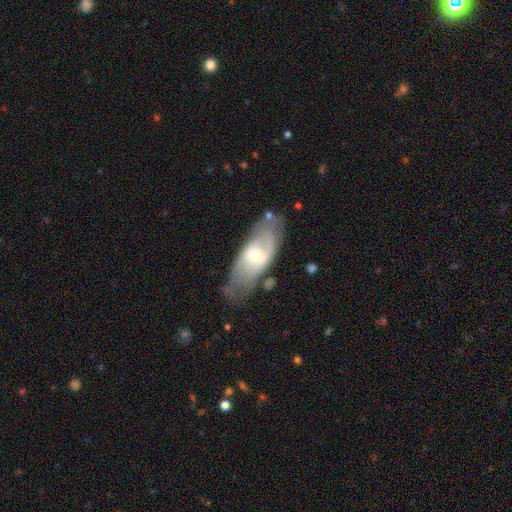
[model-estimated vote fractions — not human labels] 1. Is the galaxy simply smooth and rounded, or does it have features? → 64% featured or disk, 30% smooth, 6% star or artifact.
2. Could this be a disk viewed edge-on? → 86% no, 14% yes.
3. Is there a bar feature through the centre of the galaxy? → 46% weak, 35% no, 18% strong.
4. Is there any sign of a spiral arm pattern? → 71% yes, 29% no.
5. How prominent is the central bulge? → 46% small, 45% moderate, 5% large, 2% none, 1% dominant.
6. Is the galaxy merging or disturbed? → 66% none, 22% minor disturbance, 8% major disturbance, 4% merger.